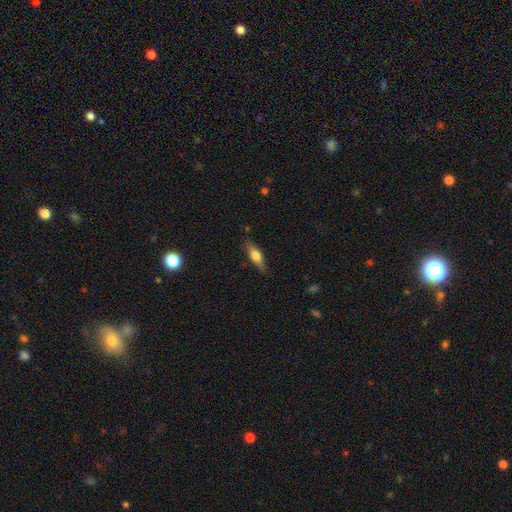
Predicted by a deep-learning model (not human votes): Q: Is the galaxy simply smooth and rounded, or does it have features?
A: smooth — 58%.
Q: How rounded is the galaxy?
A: in between — 51%.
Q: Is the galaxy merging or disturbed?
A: none — 78%.